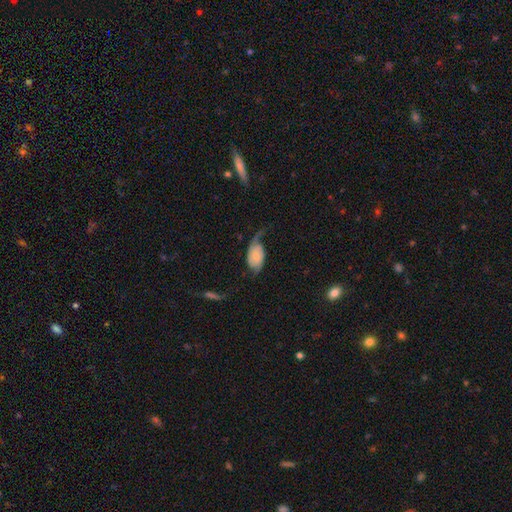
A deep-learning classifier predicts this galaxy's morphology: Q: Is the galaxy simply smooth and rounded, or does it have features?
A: featured or disk — 60%.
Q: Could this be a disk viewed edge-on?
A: no — 96%.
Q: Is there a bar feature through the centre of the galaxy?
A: no — 62%.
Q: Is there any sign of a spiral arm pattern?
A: yes — 89%.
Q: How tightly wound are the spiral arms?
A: loose — 59%.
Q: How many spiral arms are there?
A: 2 — 74%.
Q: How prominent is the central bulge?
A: small — 39%.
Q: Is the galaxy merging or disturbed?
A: none — 35%, tied with major disturbance.